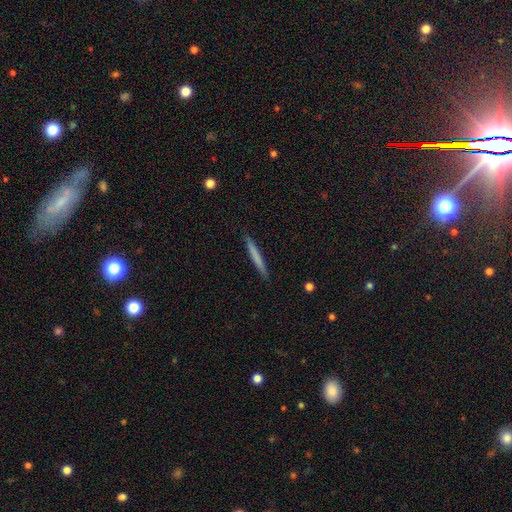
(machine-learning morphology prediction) A smooth galaxy with no disk features (66%) that is cigar-shaped (97%).

Vote fractions:
- Smooth or featured? smooth: 66% / featured or disk: 28% / star or artifact: 5%
- How rounded? cigar-shaped: 97% / in between: 2% / round: 1%
- Merging? none: 91% / minor disturbance: 7% / major disturbance: 1% / merger: 1%